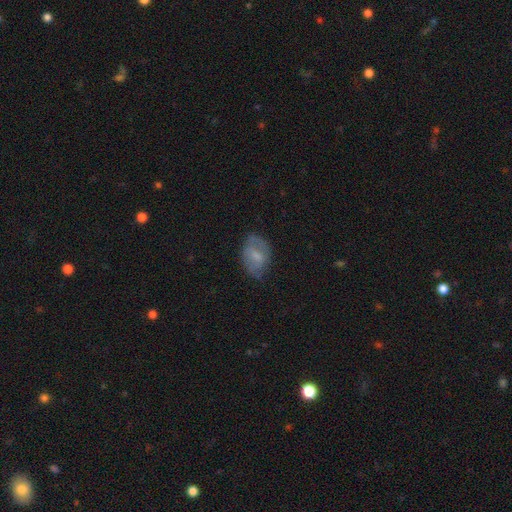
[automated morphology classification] smooth-or-featured: smooth: 53% | featured or disk: 39% | star or artifact: 8%
  how-rounded: in between: 81% | round: 17% | cigar-shaped: 2%
  merging: none: 61% | minor disturbance: 26% | major disturbance: 11% | merger: 1%